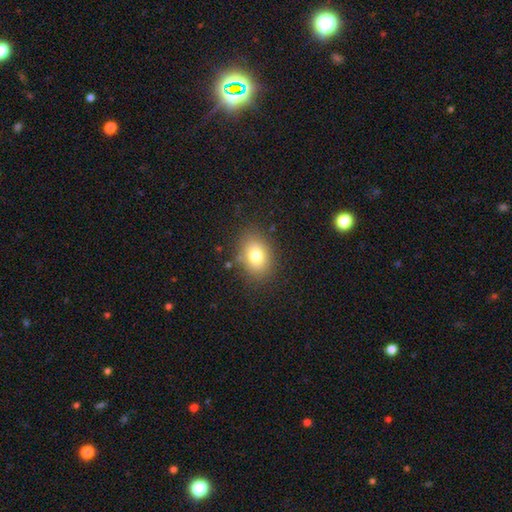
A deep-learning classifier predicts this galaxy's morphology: Smooth or featured? smooth (77%)
How rounded? in between (62%)
Merging? none (81%)